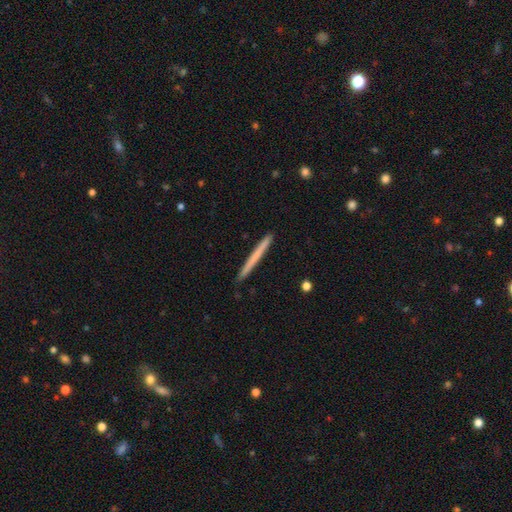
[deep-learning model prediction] A smooth galaxy with no disk features (59%) that is cigar-shaped (97%). Merging: none (92%).